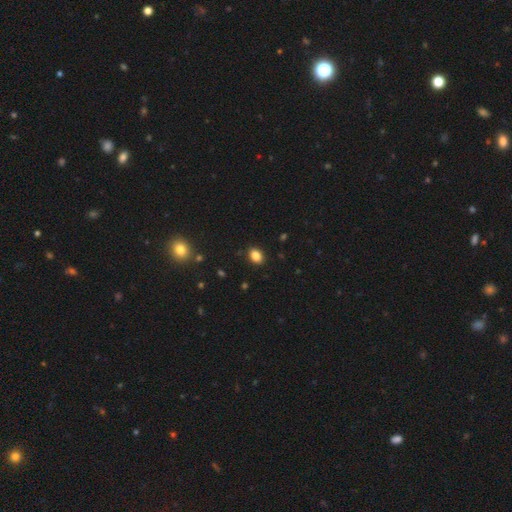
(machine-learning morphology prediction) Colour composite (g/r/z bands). It shows a smooth galaxy with no disk features (85%) that is in between round and cigar-shaped (78%). Merging: none (89%).